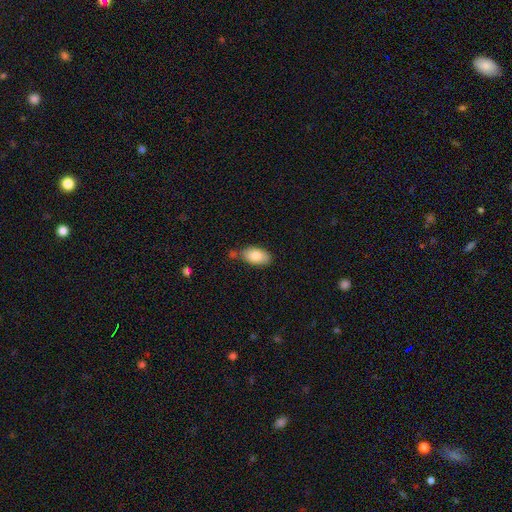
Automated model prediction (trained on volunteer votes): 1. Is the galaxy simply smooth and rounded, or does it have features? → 84% smooth, 9% featured or disk, 7% star or artifact.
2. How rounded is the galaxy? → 94% in between, 4% round, 2% cigar-shaped.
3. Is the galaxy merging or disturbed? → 70% none, 18% minor disturbance, 8% merger, 4% major disturbance.